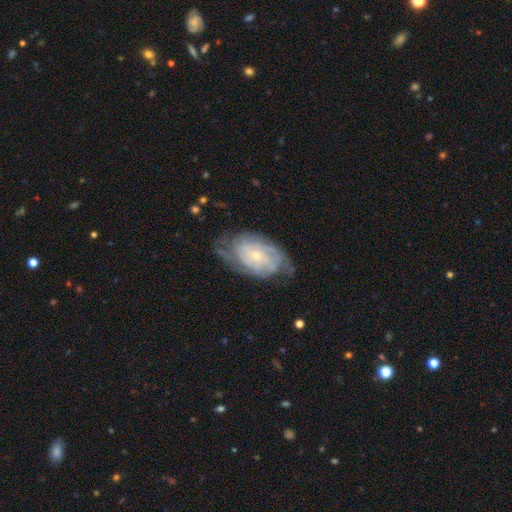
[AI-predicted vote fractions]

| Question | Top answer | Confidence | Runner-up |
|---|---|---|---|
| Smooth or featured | featured or disk | 80% | smooth (14%) |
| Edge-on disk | no | 95% | yes (5%) |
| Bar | no | 72% | weak (23%) |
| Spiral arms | yes | 92% | no (8%) |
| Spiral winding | tight | 68% | medium (25%) |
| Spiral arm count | can't tell | 42% | 2 (25%) |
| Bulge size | small | 71% | moderate (24%) |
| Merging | none | 68% | minor disturbance (22%) |